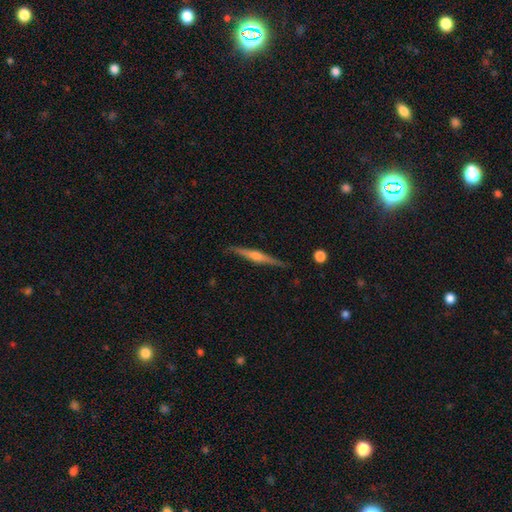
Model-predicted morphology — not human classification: smooth-or-featured: featured or disk: 79% | smooth: 16% | star or artifact: 6%
  disk-edge-on: yes: 98% | no: 2%
    edge-on-bulge: rounded: 83% | boxy: 9% | none: 8%
  merging: none: 90% | minor disturbance: 7% | major disturbance: 1% | merger: 1%